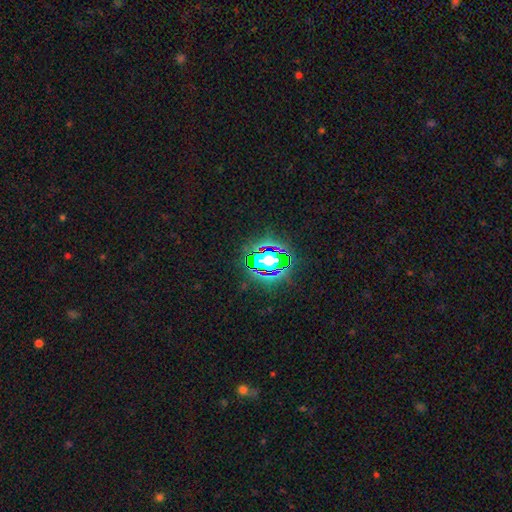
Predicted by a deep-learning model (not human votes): Morphology: type=star or artifact (81%).